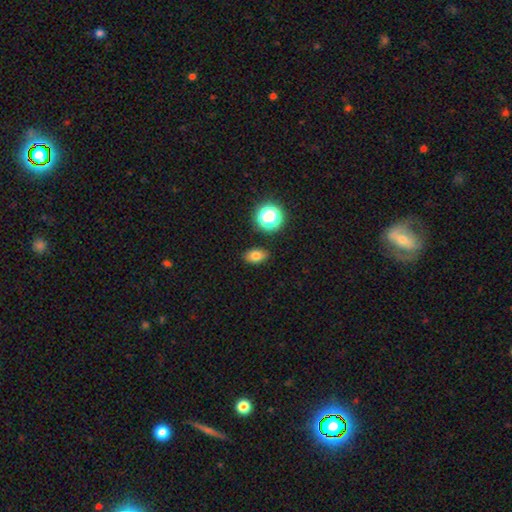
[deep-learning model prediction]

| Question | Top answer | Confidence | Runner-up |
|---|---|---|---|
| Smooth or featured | smooth | 77% | star or artifact (14%) |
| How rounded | in between | 79% | round (19%) |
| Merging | none | 86% | minor disturbance (10%) |